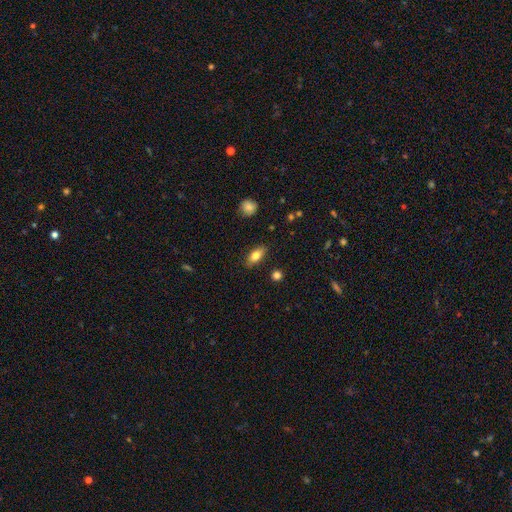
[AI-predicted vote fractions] Smooth or featured: smooth — 76% (featured or disk — 17%)
How rounded: in between — 83% (cigar-shaped — 12%)
Merging: none — 86% (minor disturbance — 10%)